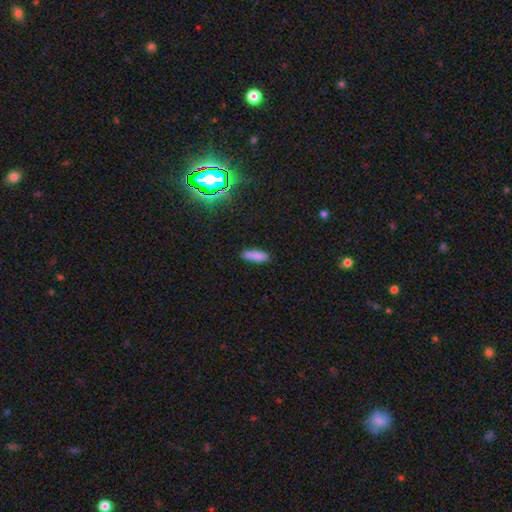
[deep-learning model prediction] Smooth or featured? Predicted: smooth (p=0.85). How rounded? Predicted: cigar-shaped (p=0.52). Merging? Predicted: none (p=0.86).